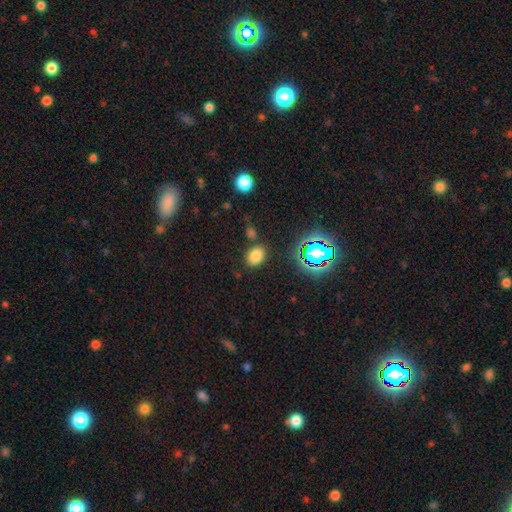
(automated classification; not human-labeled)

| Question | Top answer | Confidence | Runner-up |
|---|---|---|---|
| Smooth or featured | smooth | 75% | star or artifact (19%) |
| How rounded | in between | 65% | round (33%) |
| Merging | none | 79% | minor disturbance (11%) |